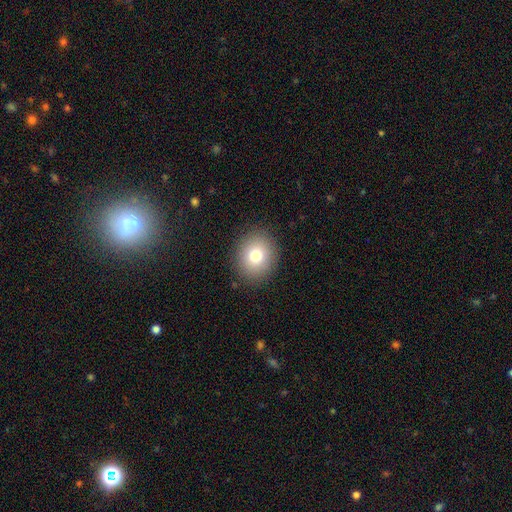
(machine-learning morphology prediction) Smooth or featured? Predicted: smooth (p=0.77). How rounded? Predicted: round (p=0.73). Merging? Predicted: none (p=0.89).